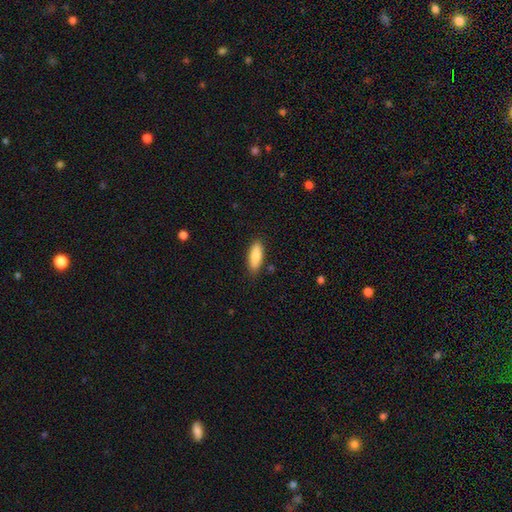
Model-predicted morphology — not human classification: Overall: smooth (87%). How rounded: in between (70%). Merging: none (85%).